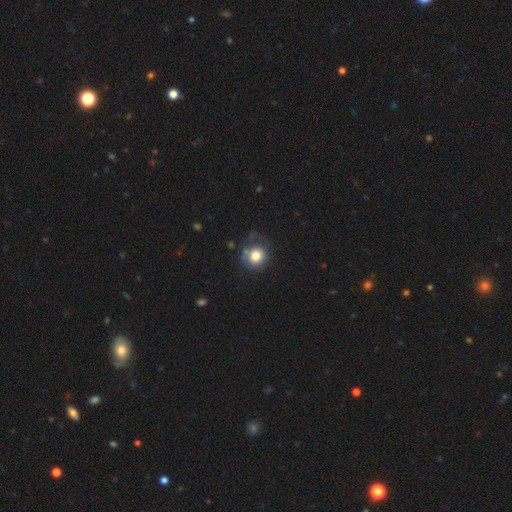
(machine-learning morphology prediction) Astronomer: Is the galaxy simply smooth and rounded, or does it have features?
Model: smooth — 79%.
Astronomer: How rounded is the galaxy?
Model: round — 83%.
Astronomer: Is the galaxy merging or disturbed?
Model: none — 58%.